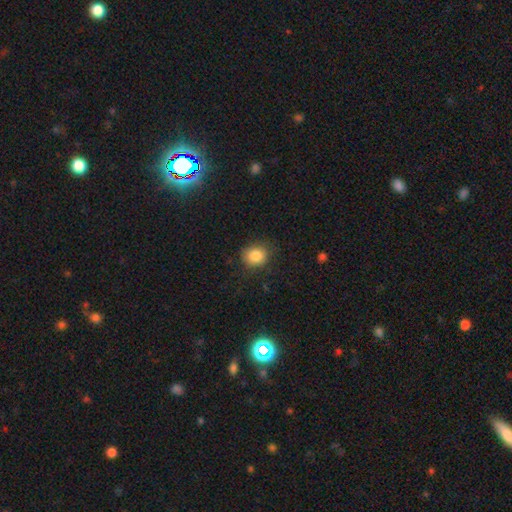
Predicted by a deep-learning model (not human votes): Smooth or featured? smooth (85%)
How rounded? round (69%)
Merging? none (80%)